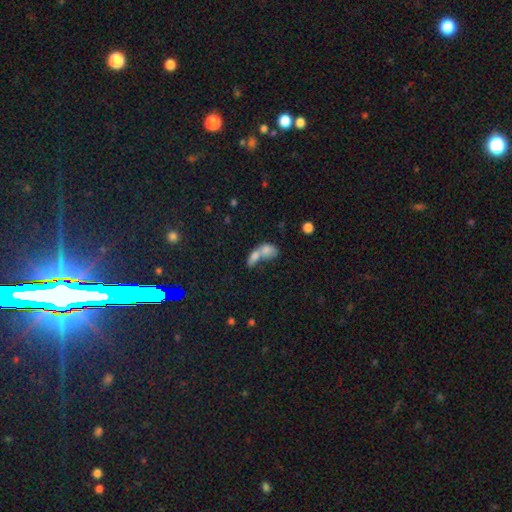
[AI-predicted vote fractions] A smooth galaxy with no disk features (72%) that is in between round and cigar-shaped (73%). Merging: merger (70%).